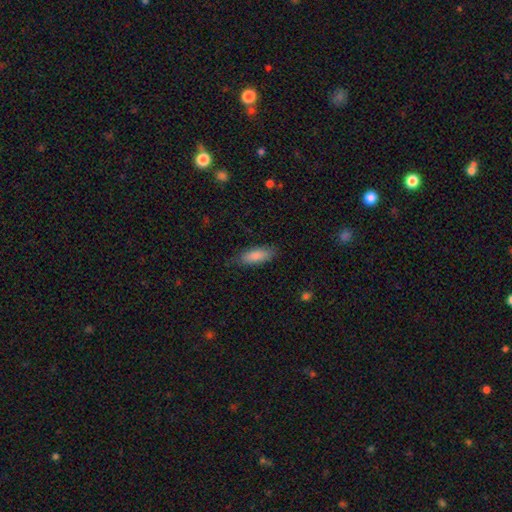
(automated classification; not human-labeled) Morphology: type=smooth (85%); roundness=in between (67%); merging=none (82%).